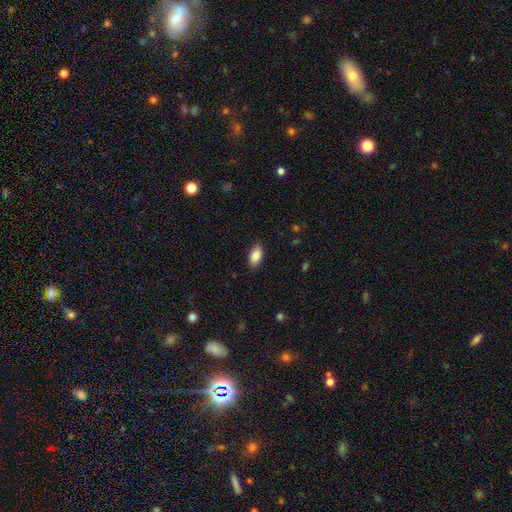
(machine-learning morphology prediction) Smooth or featured?
  - smooth: 87% *
  - star or artifact: 7%
  - featured or disk: 6%
How rounded?
  - in between: 93% *
  - cigar-shaped: 3%
  - round: 3%
Merging?
  - none: 87% *
  - minor disturbance: 10%
  - major disturbance: 2%
  - merger: 1%